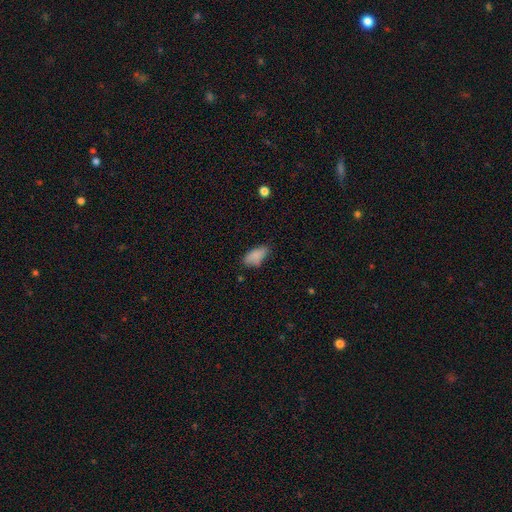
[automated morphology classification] This appears to be a smooth galaxy with no disk features (85%) that is in between round and cigar-shaped (90%). Merging: none (64%).